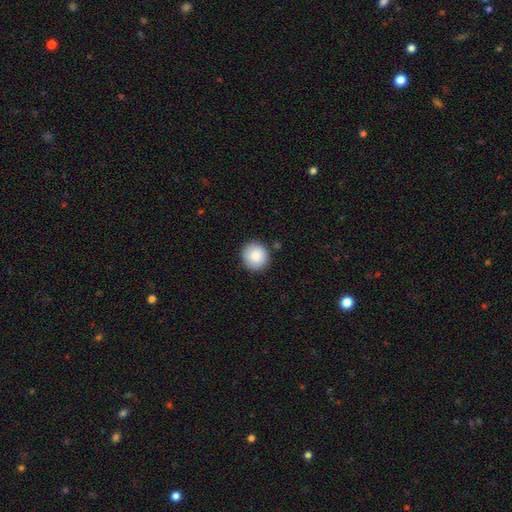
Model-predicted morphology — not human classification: Q: Smooth or featured?
A: smooth (87%); runner-up: star or artifact (7%)
Q: How rounded?
A: round (92%); runner-up: in between (7%)
Q: Merging?
A: none (89%); runner-up: minor disturbance (8%)